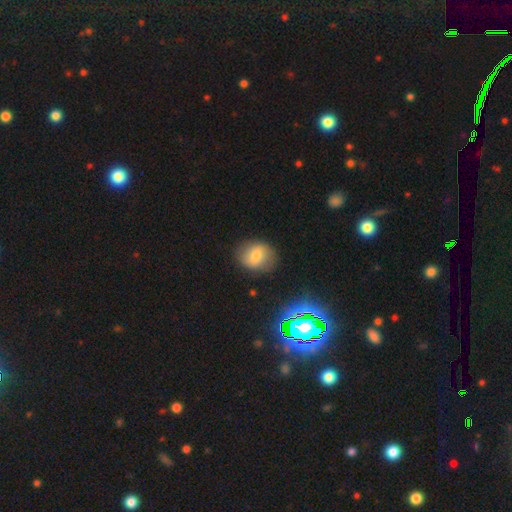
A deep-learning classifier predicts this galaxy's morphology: The model was most divided on "how rounded": round: 58%, in between: 41%, cigar-shaped: 1%. More confident: merging — none (82%); smooth or featured — smooth (68%).